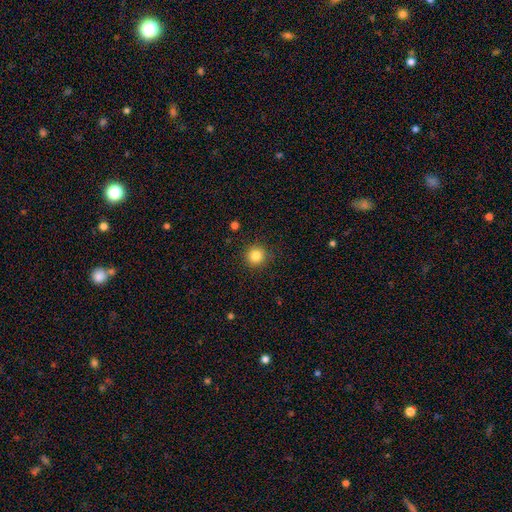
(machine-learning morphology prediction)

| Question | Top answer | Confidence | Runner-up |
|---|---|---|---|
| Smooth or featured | smooth | 83% | star or artifact (11%) |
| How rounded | round | 95% | in between (4%) |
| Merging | none | 91% | minor disturbance (6%) |